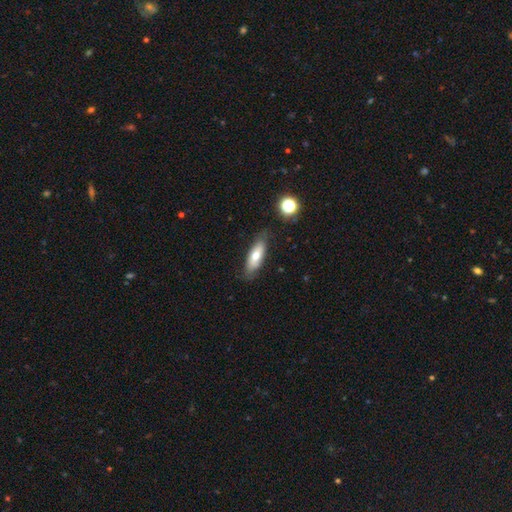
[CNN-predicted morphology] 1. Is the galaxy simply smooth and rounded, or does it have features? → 66% smooth, 27% featured or disk, 7% star or artifact.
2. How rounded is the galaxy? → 63% in between, 35% cigar-shaped, 2% round.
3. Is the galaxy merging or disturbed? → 79% none, 16% minor disturbance, 3% major disturbance, 2% merger.